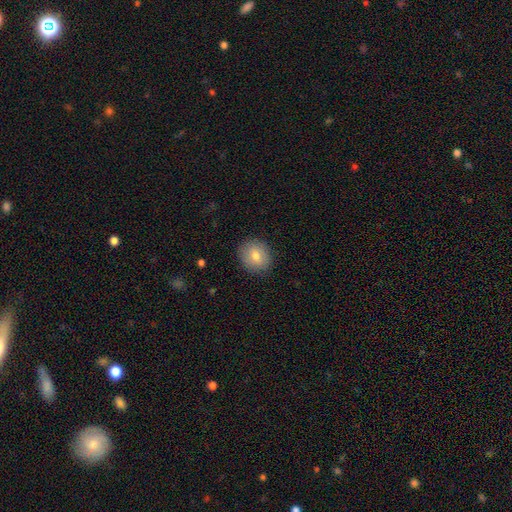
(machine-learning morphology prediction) This appears to be a smooth galaxy with no disk features (77%) that is round (71%). Merging: none (89%).